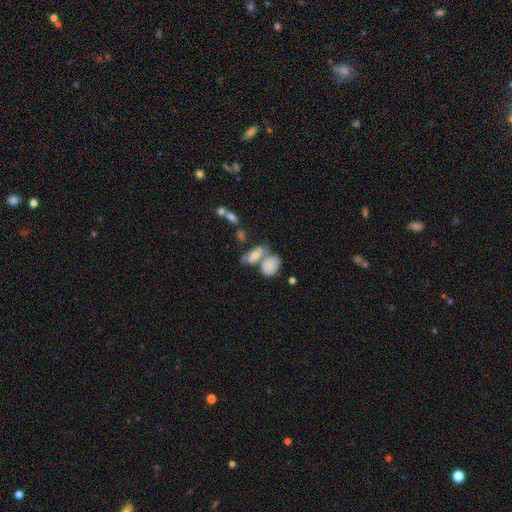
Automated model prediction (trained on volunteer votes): Q: Smooth or featured?
A: smooth (56%); runner-up: featured or disk (28%)
Q: How rounded?
A: in between (67%); runner-up: round (25%)
Q: Merging?
A: merger (44%); runner-up: none (36%)